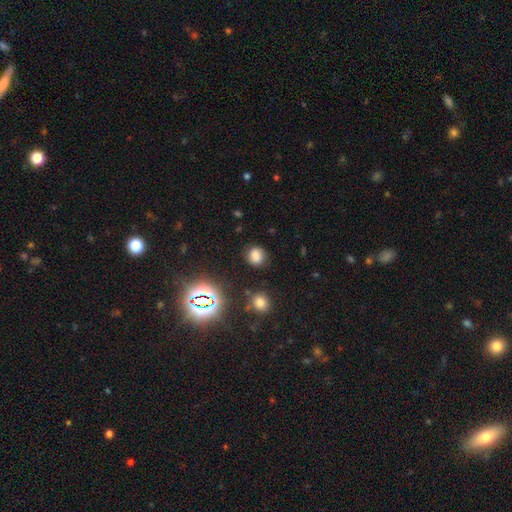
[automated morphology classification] smooth-or-featured: smooth: 75% | star or artifact: 18% | featured or disk: 7%
  how-rounded: round: 70% | in between: 28% | cigar-shaped: 1%
  merging: none: 82% | minor disturbance: 11% | major disturbance: 4% | merger: 2%